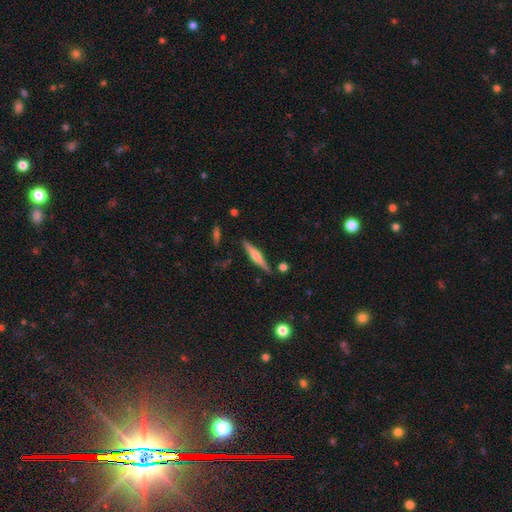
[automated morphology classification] A featured or disk galaxy (62%) viewed edge-on (97%) with a rounded central bulge (80%).

Vote fractions:
- Smooth or featured? featured or disk: 62% / smooth: 32% / star or artifact: 6%
- Edge-on disk? yes: 97% / no: 3%
- Edge-on bulge? rounded: 80% / boxy: 12% / none: 8%
- Merging? none: 87% / minor disturbance: 8% / merger: 3% / major disturbance: 2%